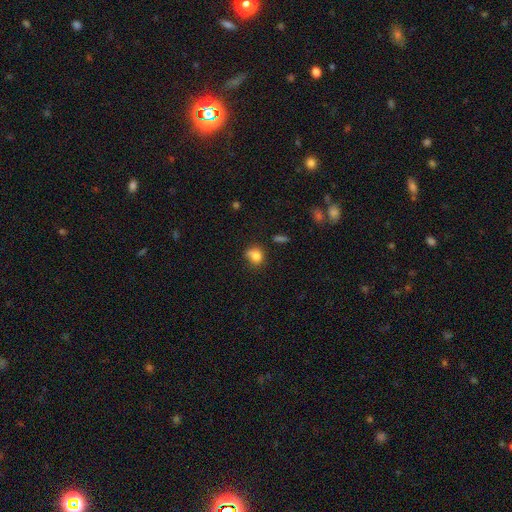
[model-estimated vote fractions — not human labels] Q: Smooth or featured?
A: smooth (80%); runner-up: star or artifact (11%)
Q: How rounded?
A: round (66%); runner-up: in between (32%)
Q: Merging?
A: none (54%); runner-up: minor disturbance (27%)